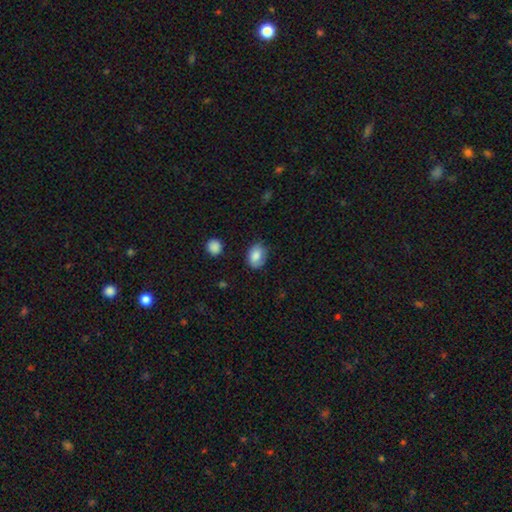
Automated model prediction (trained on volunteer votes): Smooth or featured: smooth — 84% (featured or disk — 9%)
How rounded: in between — 79% (round — 20%)
Merging: none — 72% (minor disturbance — 21%)